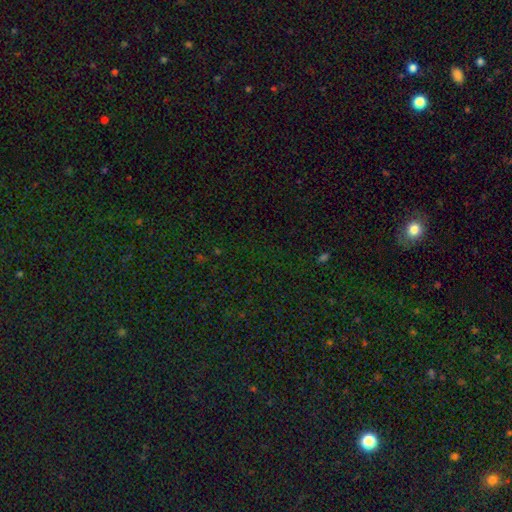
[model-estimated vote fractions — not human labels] Smooth or featured? star or artifact (76%)